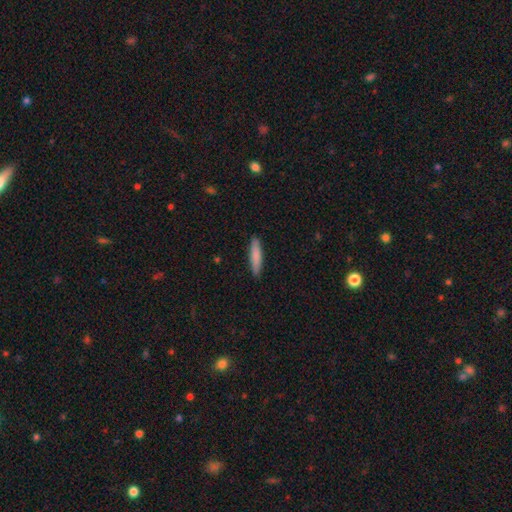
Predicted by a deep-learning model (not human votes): smooth-or-featured: smooth: 82% | featured or disk: 13% | star or artifact: 5%
  how-rounded: cigar-shaped: 86% | in between: 13% | round: 1%
  merging: none: 89% | minor disturbance: 8% | major disturbance: 2% | merger: 1%